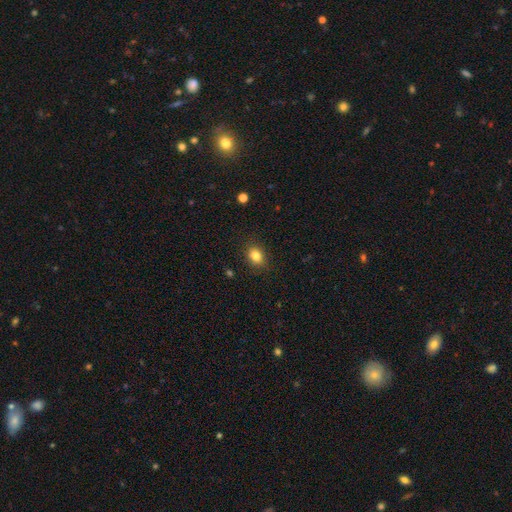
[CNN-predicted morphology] Overall: smooth (83%). How rounded: in between (54%; round 45%). Merging: none (87%).